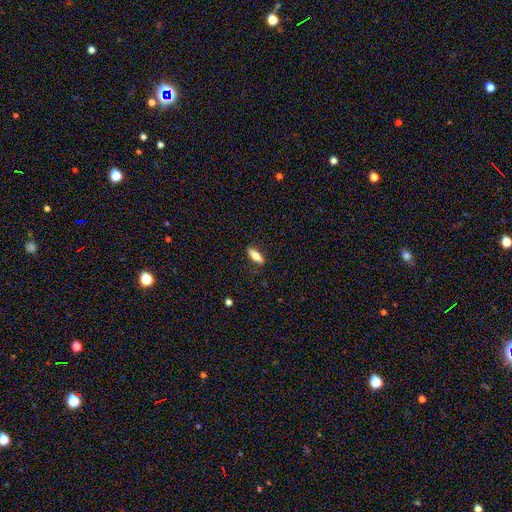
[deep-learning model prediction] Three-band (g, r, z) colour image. It shows a smooth galaxy with no disk features (70%) that is in between round and cigar-shaped (55%). Merging: none (85%).